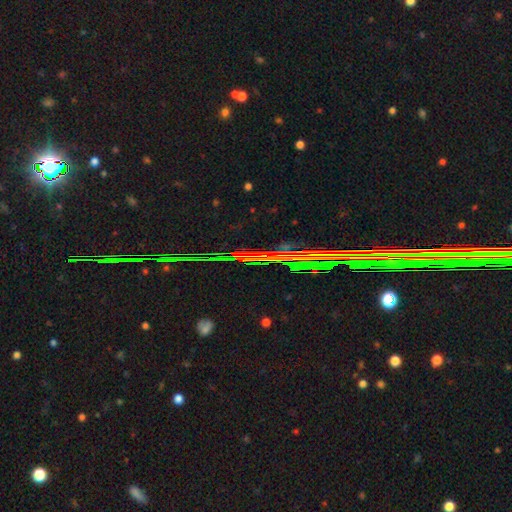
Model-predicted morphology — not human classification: star or artifact 80%, featured or disk 11%, smooth 10%.